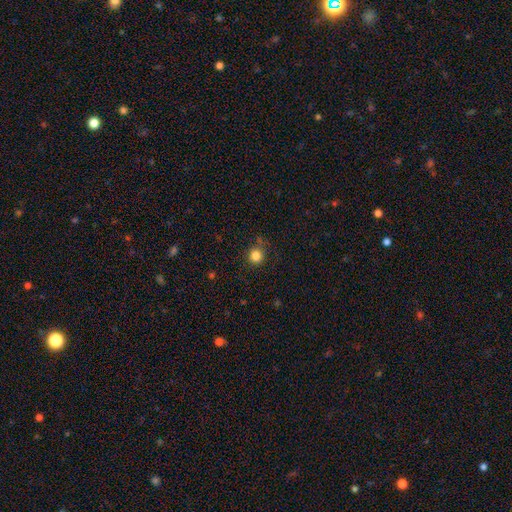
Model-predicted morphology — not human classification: smooth_or_featured: smooth (p=0.83) [alt: star or artifact p=0.13]
how_rounded: round (p=0.92) [alt: in between p=0.07]
merging: none (p=0.83) [alt: minor disturbance p=0.11]